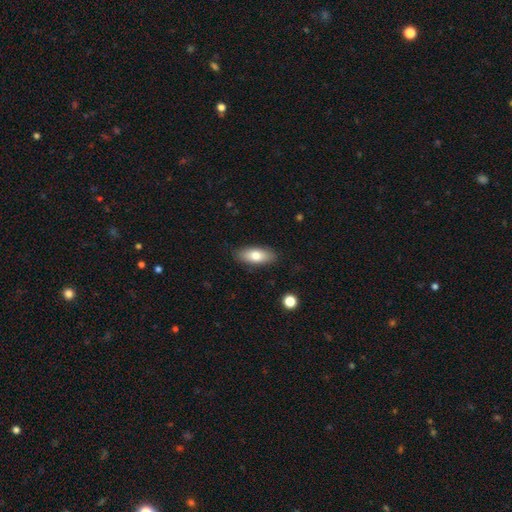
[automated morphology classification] A smooth galaxy with no disk features (76%) that is in between round and cigar-shaped (82%).

Vote fractions:
- Smooth or featured? smooth: 76% / featured or disk: 18% / star or artifact: 7%
- How rounded? in between: 82% / cigar-shaped: 15% / round: 3%
- Merging? none: 85% / minor disturbance: 11% / major disturbance: 2% / merger: 1%